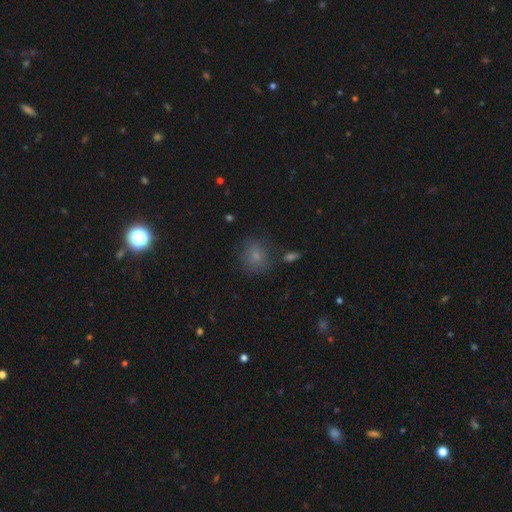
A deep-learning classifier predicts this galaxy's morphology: This appears to be a smooth galaxy with no disk features (76%) that is round (72%). Merging: none (74%).